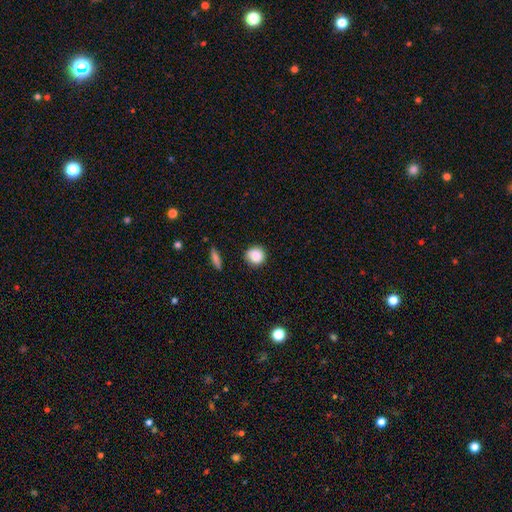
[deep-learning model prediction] A smooth galaxy with no disk features (87%) that is round (89%). Merging: none (86%).